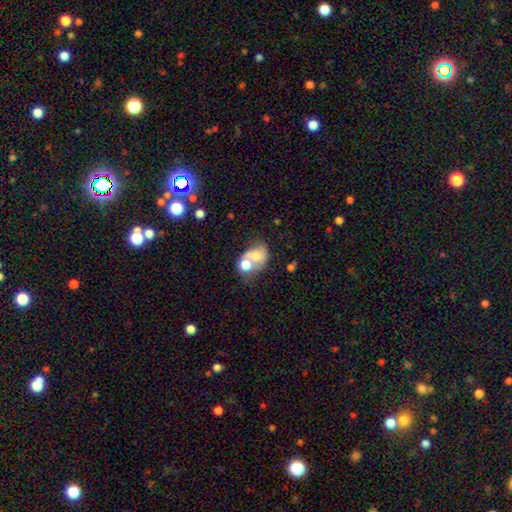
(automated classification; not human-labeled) Smooth or featured: smooth — 52% (featured or disk — 38%)
How rounded: in between — 57% (round — 42%)
Merging: merger — 61% (none — 19%)